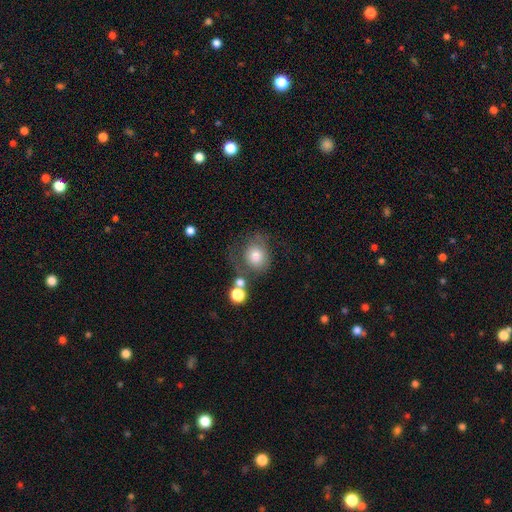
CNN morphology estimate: The model was most divided on "merging": none: 41%, minor disturbance: 22%, major disturbance: 22%, merger: 15%. More confident: smooth or featured — smooth (72%); how rounded — round (71%).